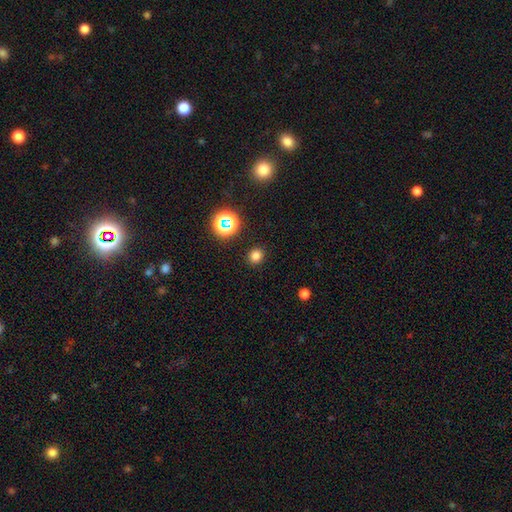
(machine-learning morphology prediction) Smooth or featured? Predicted: smooth (p=0.78). How rounded? Predicted: round (p=0.76). Merging? Predicted: none (p=0.90).